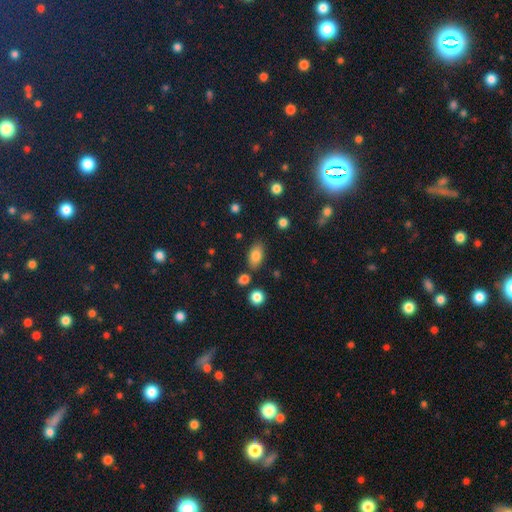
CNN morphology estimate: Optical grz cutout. It shows a smooth galaxy with no disk features (82%) that is in between round and cigar-shaped (89%). Merging: none (79%).